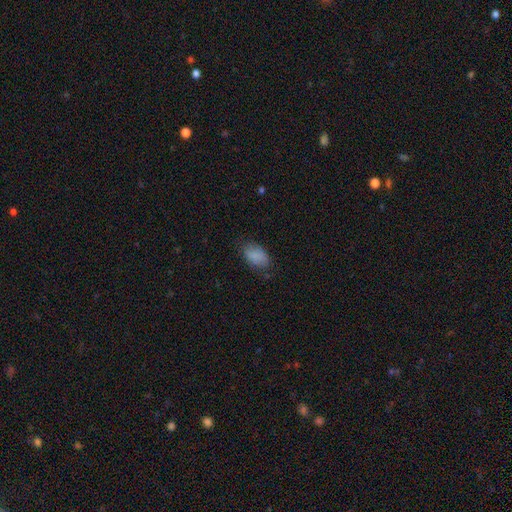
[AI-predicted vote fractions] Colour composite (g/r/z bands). It shows a smooth galaxy with no disk features (85%) that is in between round and cigar-shaped (92%). Merging: none (71%).